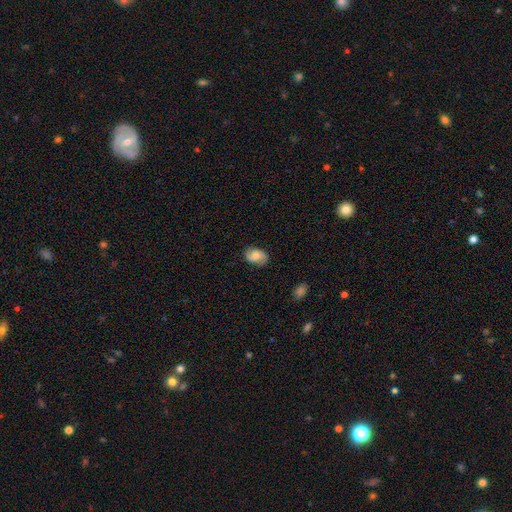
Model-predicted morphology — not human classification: smooth-or-featured: smooth: 52% | featured or disk: 40% | star or artifact: 8%
  how-rounded: in between: 81% | round: 18% | cigar-shaped: 1%
  merging: none: 80% | minor disturbance: 15% | major disturbance: 3% | merger: 1%